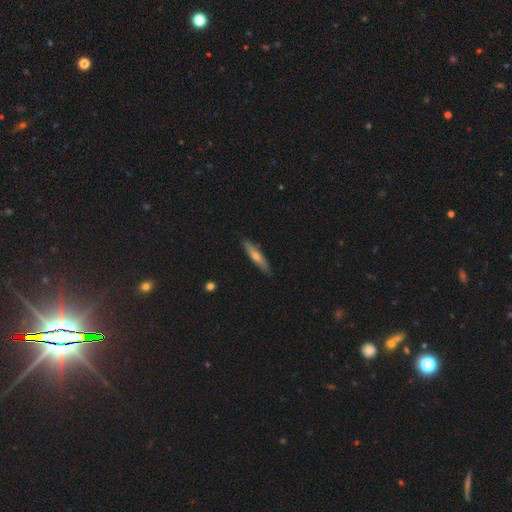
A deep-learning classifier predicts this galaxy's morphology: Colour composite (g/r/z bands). It shows a smooth galaxy with no disk features (51%) that is cigar-shaped (87%). Merging: none (89%).